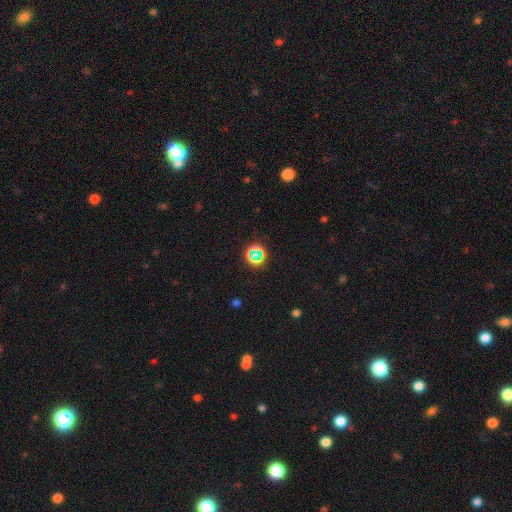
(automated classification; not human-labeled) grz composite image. It shows a star or artifact, not a galaxy (57%).